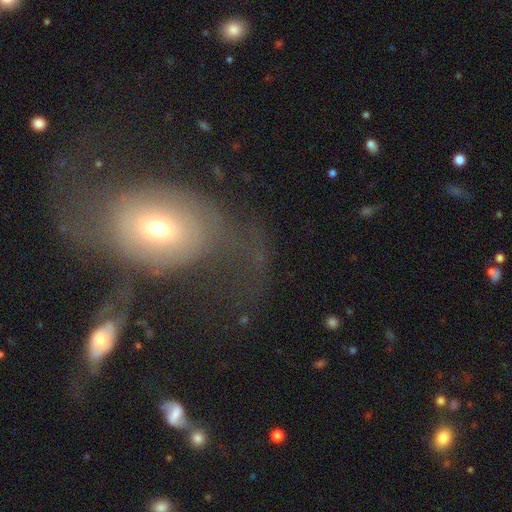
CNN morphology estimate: featured or disk 48%, smooth 37%, star or artifact 14%. Down the decision tree: merging — major disturbance (40%).